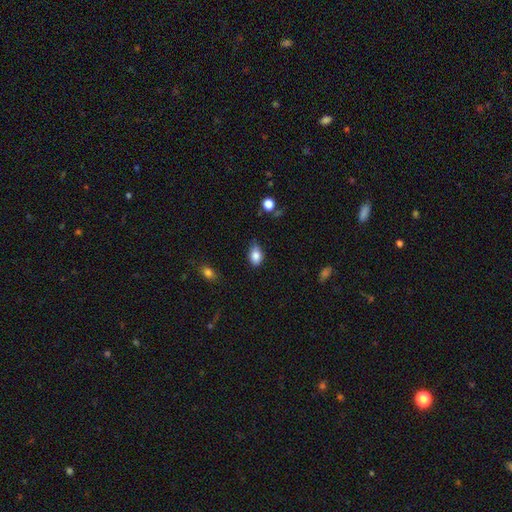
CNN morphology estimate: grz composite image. It shows a smooth galaxy with no disk features (84%) that is in between round and cigar-shaped (86%). Merging: none (64%).